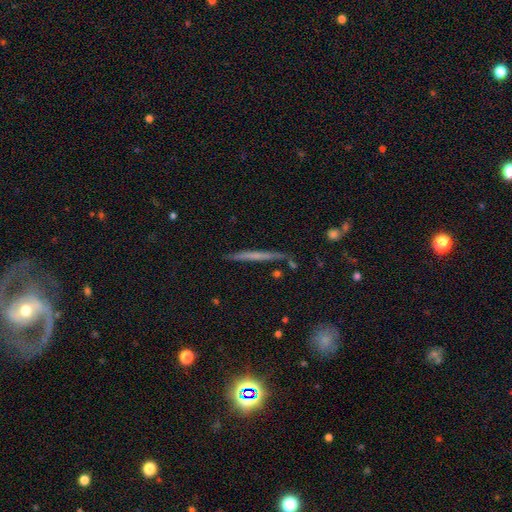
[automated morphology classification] A featured or disk galaxy (50%) viewed edge-on (96%). Merging: none (88%).